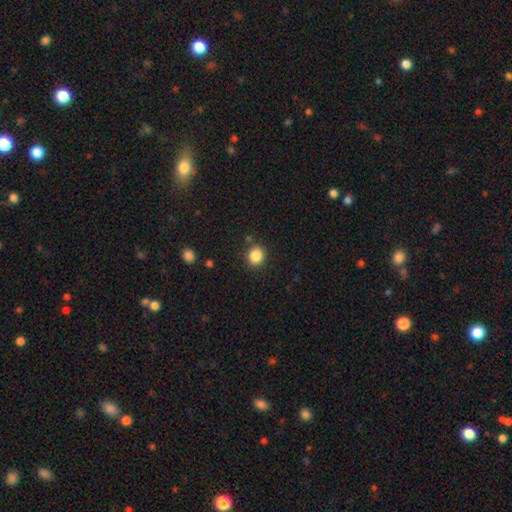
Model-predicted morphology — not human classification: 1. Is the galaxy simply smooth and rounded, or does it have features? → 86% smooth, 10% star or artifact, 4% featured or disk.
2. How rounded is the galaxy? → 74% round, 25% in between, 1% cigar-shaped.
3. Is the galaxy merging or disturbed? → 85% none, 9% minor disturbance, 3% merger, 3% major disturbance.